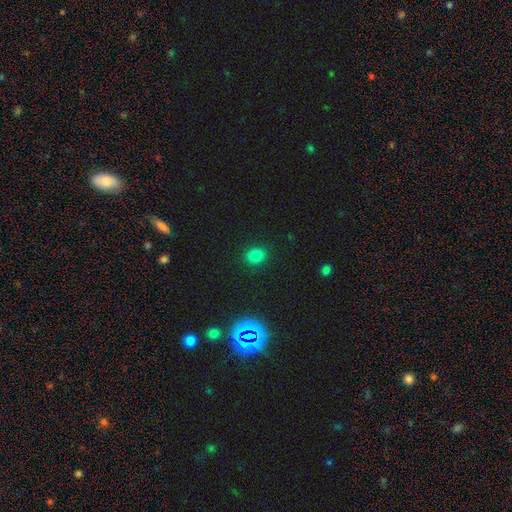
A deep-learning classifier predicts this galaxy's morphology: smooth-or-featured: smooth: 79% | star or artifact: 16% | featured or disk: 5%
  how-rounded: round: 69% | in between: 30% | cigar-shaped: 1%
  merging: none: 89% | minor disturbance: 8% | major disturbance: 2% | merger: 1%